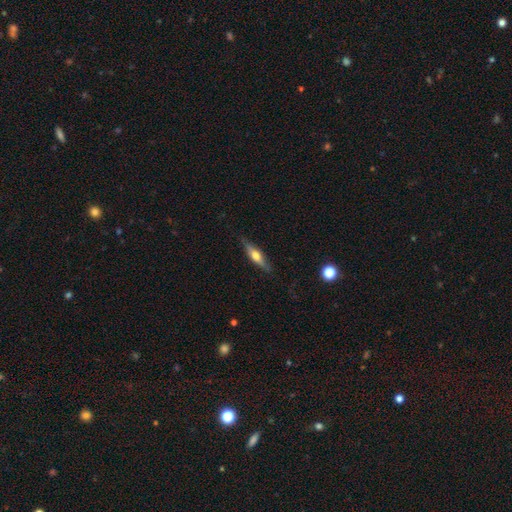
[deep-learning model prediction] Smooth or featured? Predicted: featured or disk (p=0.53). Edge-on disk? Predicted: yes (p=0.92). Merging? Predicted: none (p=0.83).